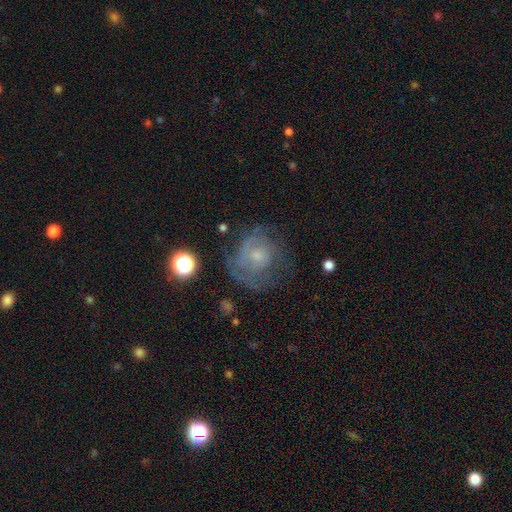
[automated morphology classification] smooth_or_featured: featured or disk (p=0.61) [alt: smooth p=0.27]
disk_edge_on: no (p=0.97) [alt: yes p=0.03]
bar: no (p=0.75) [alt: weak p=0.22]
has_spiral_arms: yes (p=0.73) [alt: no p=0.27]
bulge_size: small (p=0.53) [alt: moderate p=0.34]
merging: none (p=0.58) [alt: minor disturbance p=0.21]